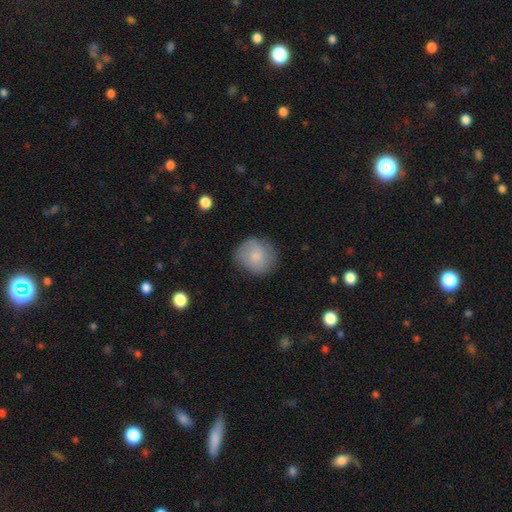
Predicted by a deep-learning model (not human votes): Q: Smooth or featured?
A: smooth (78%); runner-up: featured or disk (16%)
Q: How rounded?
A: round (81%); runner-up: in between (18%)
Q: Merging?
A: none (77%); runner-up: minor disturbance (18%)